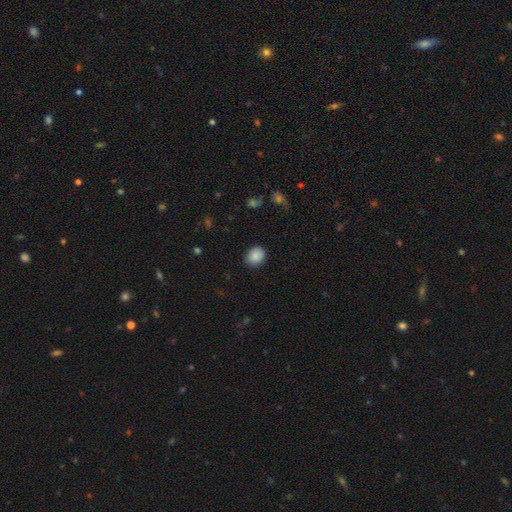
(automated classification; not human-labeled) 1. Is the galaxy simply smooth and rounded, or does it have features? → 87% smooth, 8% star or artifact, 5% featured or disk.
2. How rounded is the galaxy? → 63% round, 36% in between, 1% cigar-shaped.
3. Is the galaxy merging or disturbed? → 87% none, 9% minor disturbance, 2% major disturbance, 1% merger.